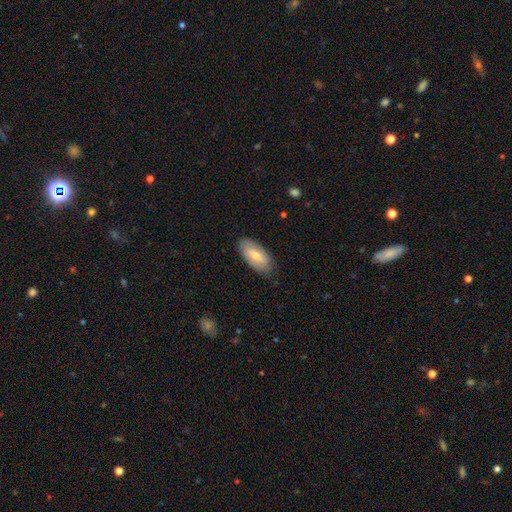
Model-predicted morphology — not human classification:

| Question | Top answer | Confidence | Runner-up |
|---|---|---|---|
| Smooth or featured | smooth | 70% | featured or disk (25%) |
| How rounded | in between | 90% | cigar-shaped (8%) |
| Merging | none | 83% | minor disturbance (13%) |